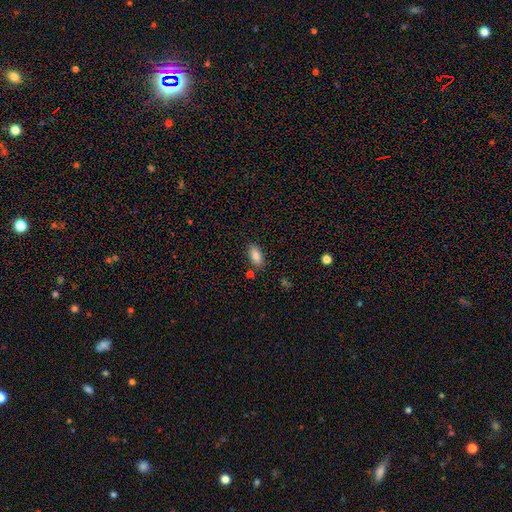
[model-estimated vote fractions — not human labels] A smooth galaxy with no disk features (86%) that is in between round and cigar-shaped (89%).

Vote fractions:
- Smooth or featured? smooth: 86% / star or artifact: 8% / featured or disk: 6%
- How rounded? in between: 89% / cigar-shaped: 8% / round: 3%
- Merging? none: 82% / minor disturbance: 11% / merger: 4% / major disturbance: 3%